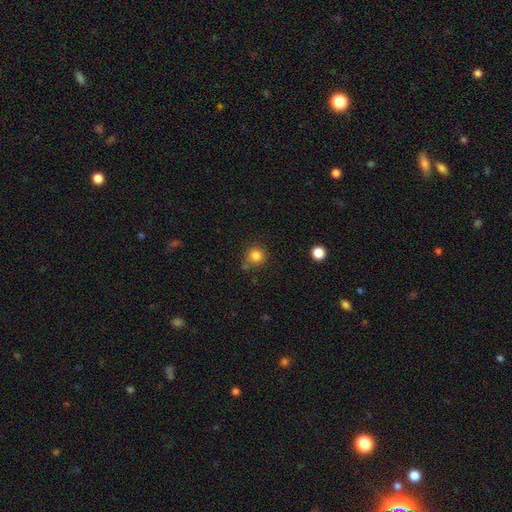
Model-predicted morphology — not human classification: Smooth or featured?
  - smooth: 83% *
  - star or artifact: 12%
  - featured or disk: 5%
How rounded?
  - round: 92% *
  - in between: 7%
  - cigar-shaped: 1%
Merging?
  - none: 74% *
  - minor disturbance: 14%
  - merger: 8%
  - major disturbance: 4%